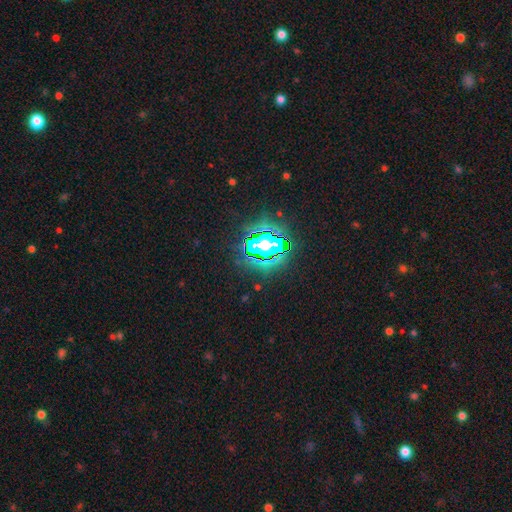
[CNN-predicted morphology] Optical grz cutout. It shows a star or artifact, not a galaxy (86%).